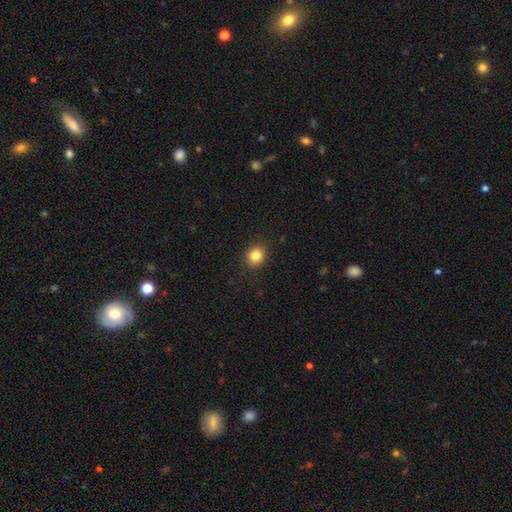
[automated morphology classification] Smooth or featured: smooth — 83% (star or artifact — 11%)
How rounded: round — 76% (in between — 23%)
Merging: none — 89% (minor disturbance — 7%)